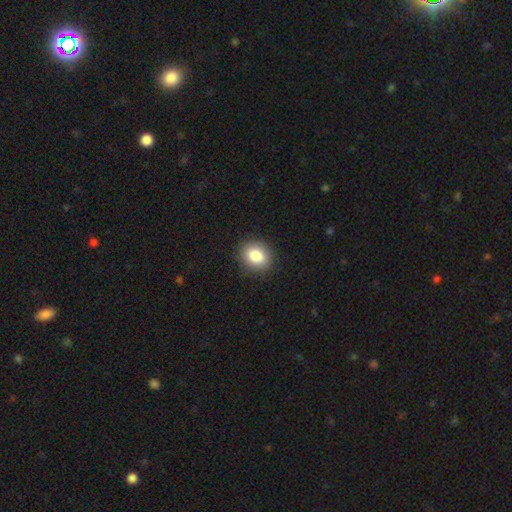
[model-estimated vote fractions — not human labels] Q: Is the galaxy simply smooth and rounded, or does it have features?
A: smooth — 84%.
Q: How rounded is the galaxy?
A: round — 70%.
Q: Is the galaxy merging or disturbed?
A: none — 89%.